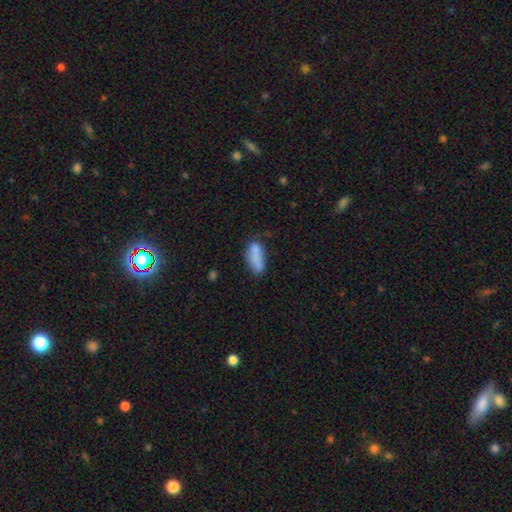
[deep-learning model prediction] Smooth or featured? smooth (78%)
How rounded? in between (79%)
Merging? none (45%)